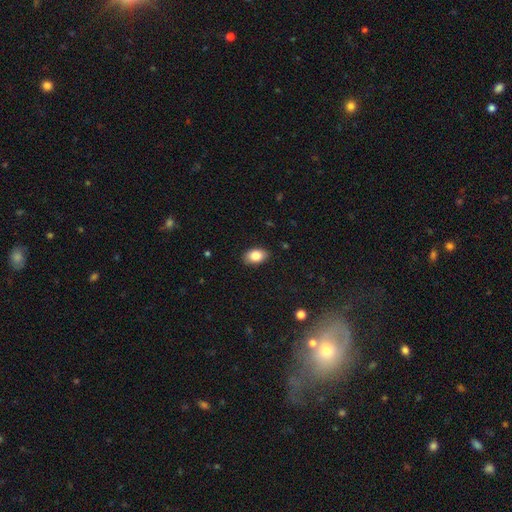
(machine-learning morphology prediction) The model was most divided on "smooth or featured": smooth: 85%, star or artifact: 8%, featured or disk: 8%. More confident: how rounded — in between (88%); merging — none (88%).